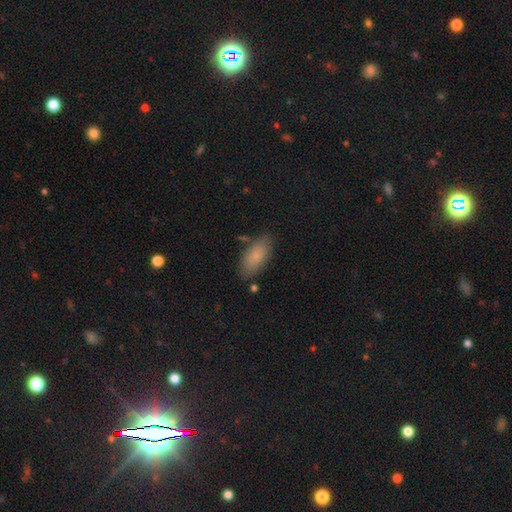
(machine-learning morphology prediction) smooth_or_featured: smooth (p=0.83) [alt: featured or disk p=0.10]
how_rounded: in between (p=0.87) [alt: cigar-shaped p=0.11]
merging: none (p=0.79) [alt: minor disturbance p=0.14]